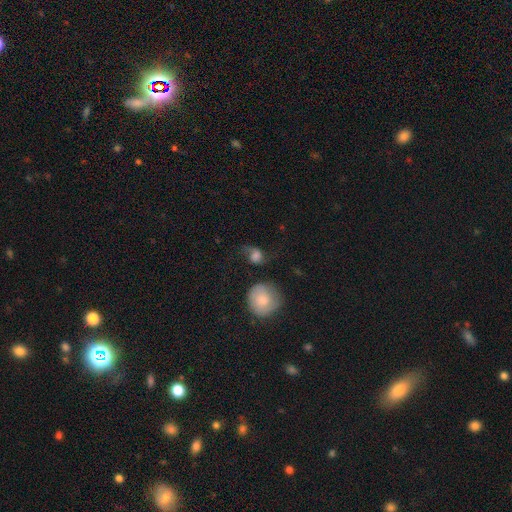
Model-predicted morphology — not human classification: Smooth or featured? smooth (53%)
How rounded? round (60%)
Merging? none (42%)